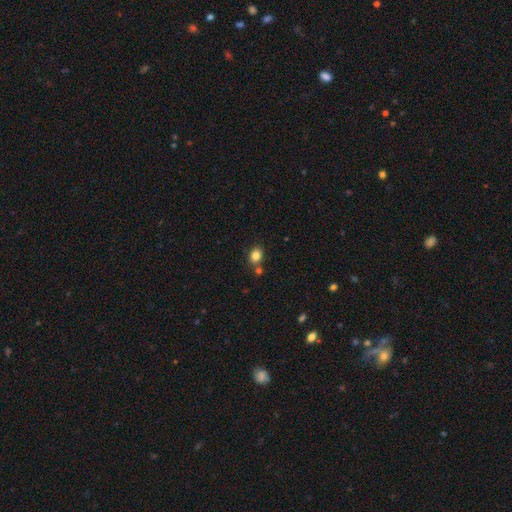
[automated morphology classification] A smooth galaxy with no disk features (83%) that is in between round and cigar-shaped (50%). Merging: none (72%).